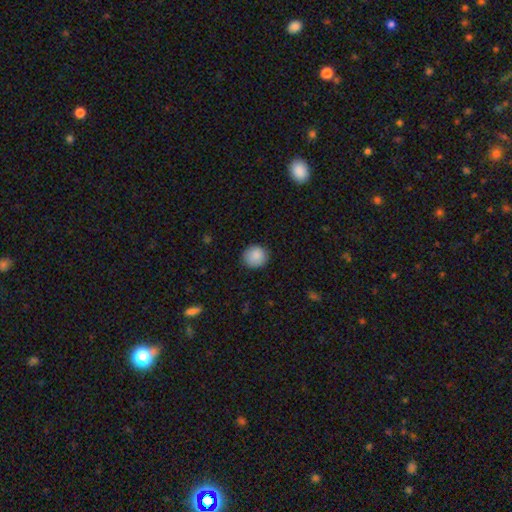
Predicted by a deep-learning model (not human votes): Morphology: type=smooth (88%); roundness=round (89%); merging=none (88%).